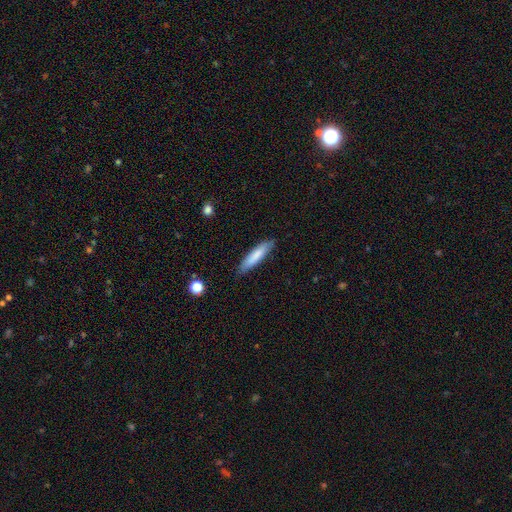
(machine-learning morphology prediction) The model was most divided on "smooth or featured": smooth: 78%, featured or disk: 16%, star or artifact: 6%. More confident: merging — none (84%); how rounded — cigar-shaped (81%).